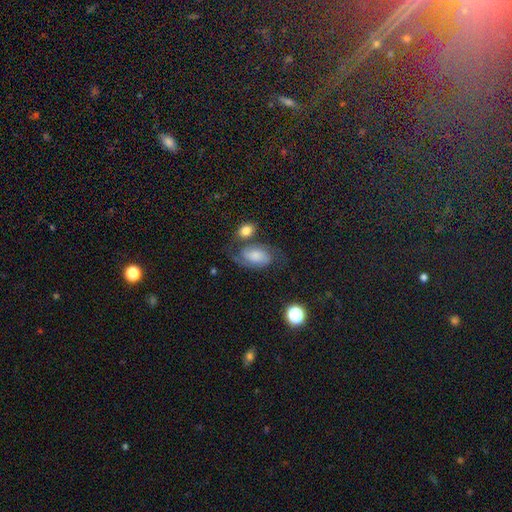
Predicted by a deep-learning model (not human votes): Smooth or featured?
  - featured or disk: 60% *
  - smooth: 30%
  - star or artifact: 10%
Edge-on disk?
  - no: 96% *
  - yes: 4%
Bar?
  - no: 66% *
  - weak: 27%
  - strong: 7%
Spiral arms?
  - yes: 91% *
  - no: 9%
Spiral winding?
  - medium: 48% *
  - tight: 28%
  - loose: 24%
Spiral arm count?
  - 2: 87% *
  - can't tell: 6%
  - 1: 3%
  - 3: 2%
  - 4: 1%
  - more than 4: 1%
Bulge size?
  - small: 29% *
  - moderate: 25%
  - large: 20%
  - none: 19%
  - dominant: 6%
Merging?
  - none: 54% *
  - minor disturbance: 21%
  - major disturbance: 13%
  - merger: 12%